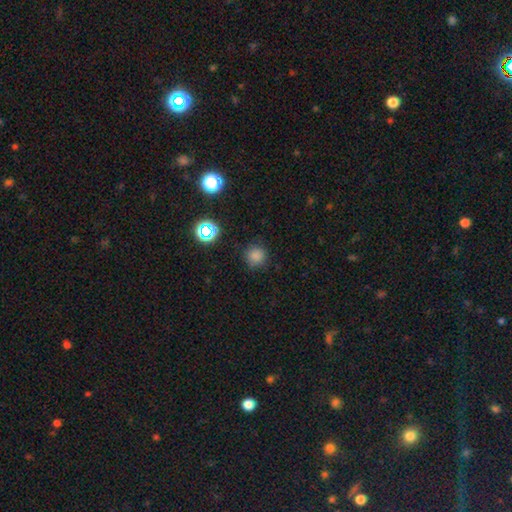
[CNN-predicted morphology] Overall: smooth (77%). How rounded: round (93%). Merging: none (85%).